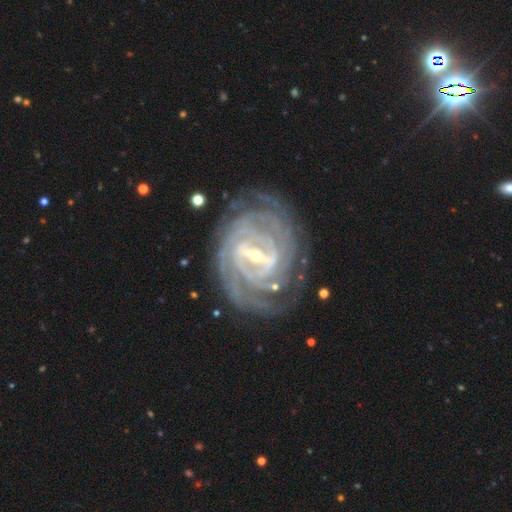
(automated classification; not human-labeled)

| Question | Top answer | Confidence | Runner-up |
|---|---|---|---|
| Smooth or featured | featured or disk | 92% | star or artifact (5%) |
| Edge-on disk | no | 96% | yes (4%) |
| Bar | strong | 68% | weak (26%) |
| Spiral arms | yes | 98% | no (2%) |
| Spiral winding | tight | 80% | medium (17%) |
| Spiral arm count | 4 | 27% | can't tell (20%) |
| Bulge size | small | 64% | moderate (32%) |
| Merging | none | 79% | minor disturbance (14%) |